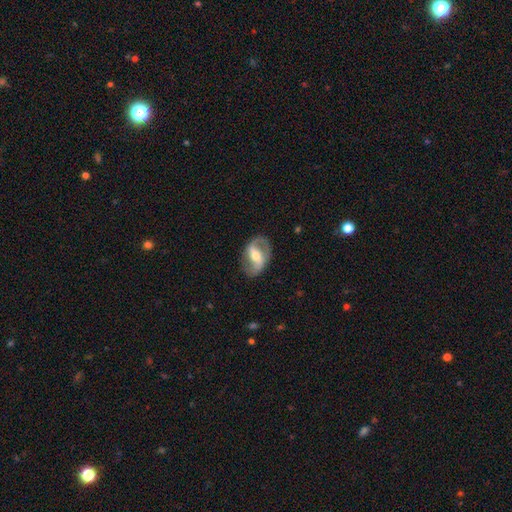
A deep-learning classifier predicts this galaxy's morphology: Smooth or featured? Predicted: featured or disk (p=0.80). Edge-on disk? Predicted: no (p=0.96). Bar? Predicted: strong (p=0.47). Spiral arms? Predicted: yes (p=0.85). Spiral winding? Predicted: medium (p=0.44). Spiral arm count? Predicted: 2 (p=0.88). Bulge size? Predicted: moderate (p=0.61). Merging? Predicted: none (p=0.78).